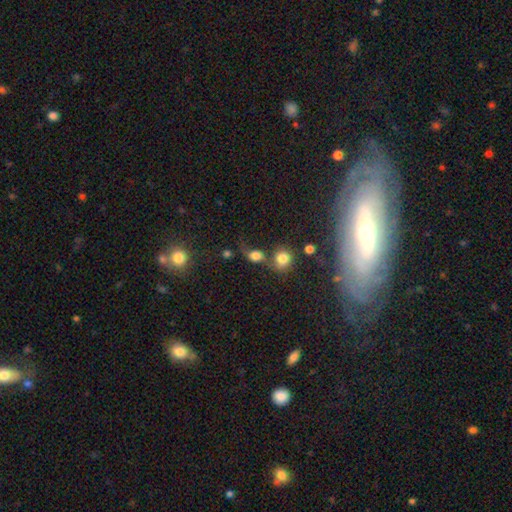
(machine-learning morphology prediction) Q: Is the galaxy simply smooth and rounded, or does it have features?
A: smooth — 71%.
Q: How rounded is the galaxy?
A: round — 58%.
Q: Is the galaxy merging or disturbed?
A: merger — 37%.